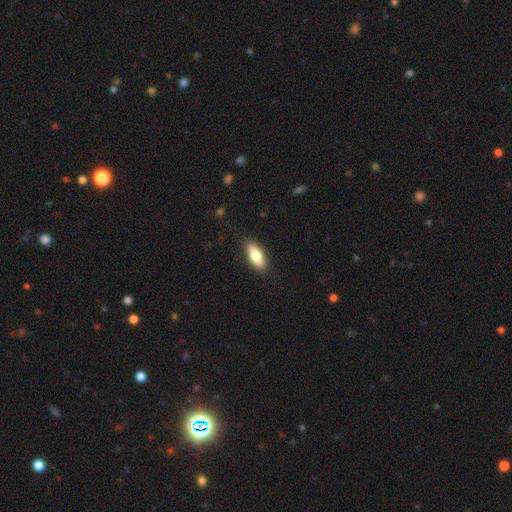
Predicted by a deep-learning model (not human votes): A smooth galaxy with no disk features (77%) that is in between round and cigar-shaped (77%).

Vote fractions:
- Smooth or featured? smooth: 77% / featured or disk: 17% / star or artifact: 6%
- How rounded? in between: 77% / cigar-shaped: 21% / round: 2%
- Merging? none: 87% / minor disturbance: 10% / major disturbance: 2% / merger: 1%